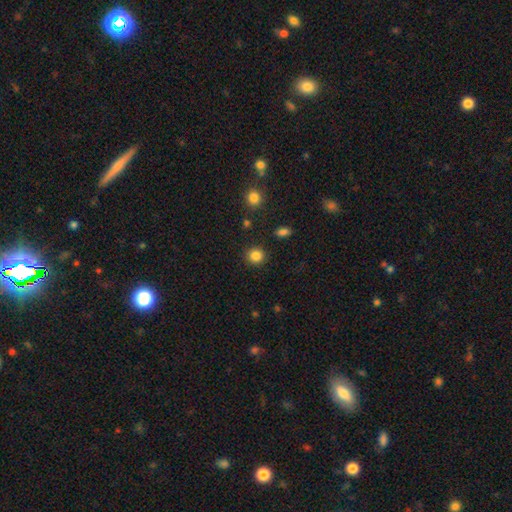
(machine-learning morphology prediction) smooth 85%, star or artifact 11%, featured or disk 4%. Down the decision tree: how rounded — round (91%); merging — none (90%).